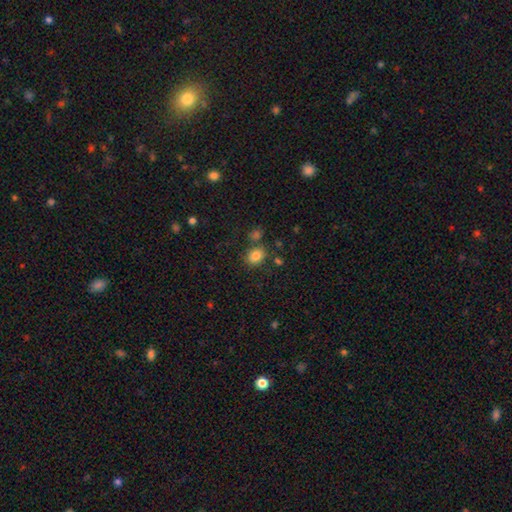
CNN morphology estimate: type=smooth (82%); roundness=in between (53%); merging=none (72%).